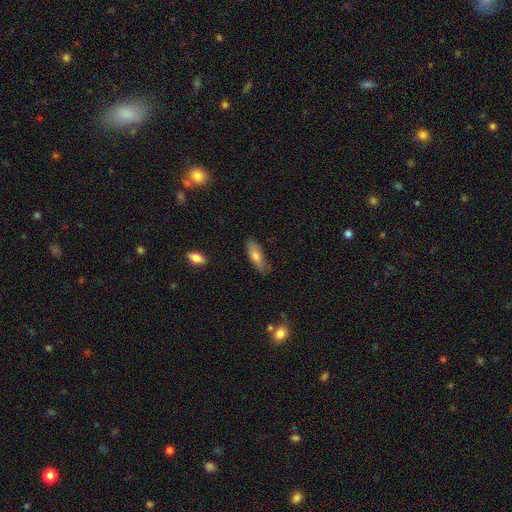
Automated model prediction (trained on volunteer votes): smooth-or-featured: smooth: 76% | featured or disk: 17% | star or artifact: 7%
  how-rounded: in between: 60% | cigar-shaped: 38% | round: 2%
  merging: none: 77% | minor disturbance: 18% | major disturbance: 3% | merger: 2%